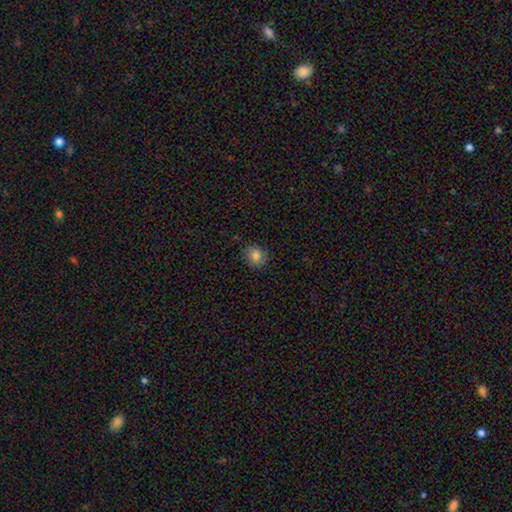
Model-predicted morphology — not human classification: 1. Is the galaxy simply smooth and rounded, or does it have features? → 82% smooth, 10% star or artifact, 8% featured or disk.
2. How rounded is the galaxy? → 72% round, 27% in between, 1% cigar-shaped.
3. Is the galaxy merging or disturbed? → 85% none, 11% minor disturbance, 2% major disturbance, 1% merger.